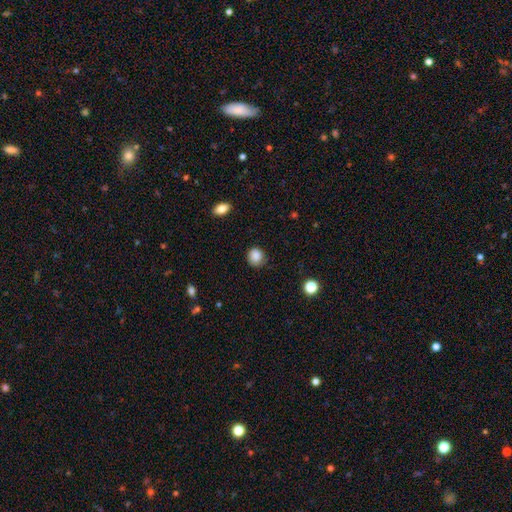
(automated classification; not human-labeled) smooth 86%, star or artifact 9%, featured or disk 4%. Down the decision tree: how rounded — round (81%); merging — none (76%).